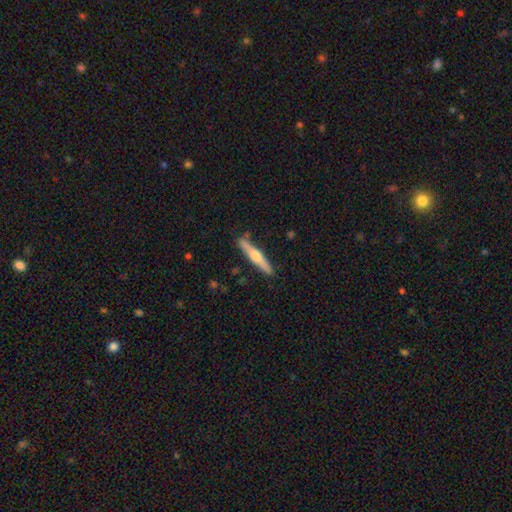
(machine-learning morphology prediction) The model was most divided on "smooth or featured": featured or disk: 56%, smooth: 39%, star or artifact: 5%. More confident: edge-on disk — yes (97%); edge-on bulge — rounded (88%); merging — none (86%).